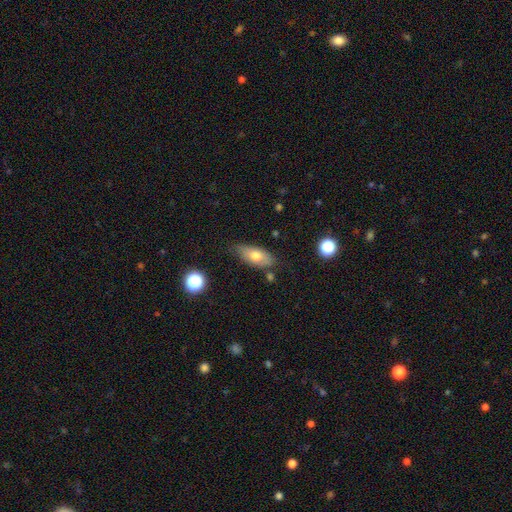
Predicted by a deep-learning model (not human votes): A smooth galaxy with no disk features (70%) that is in between round and cigar-shaped (84%). Merging: none (71%).